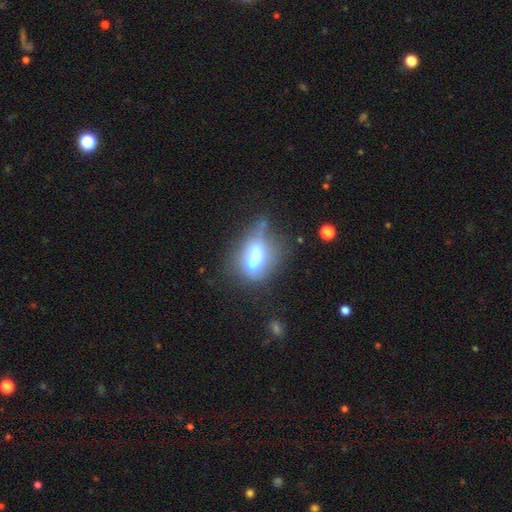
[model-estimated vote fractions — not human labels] Q: Smooth or featured?
A: smooth (51%); runner-up: featured or disk (36%)
Q: How rounded?
A: in between (67%); runner-up: round (24%)
Q: Merging?
A: merger (41%); runner-up: none (22%)